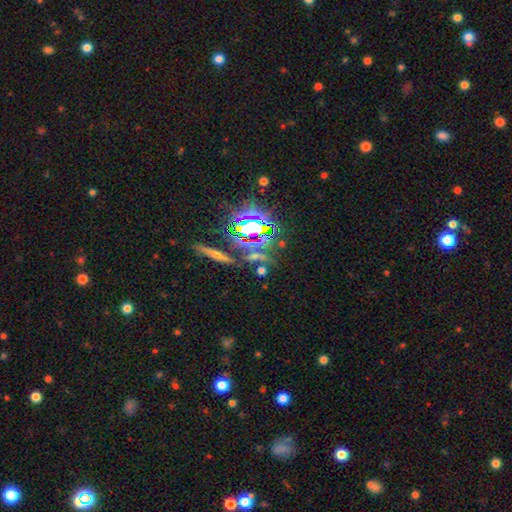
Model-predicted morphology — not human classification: type=star or artifact (55%).